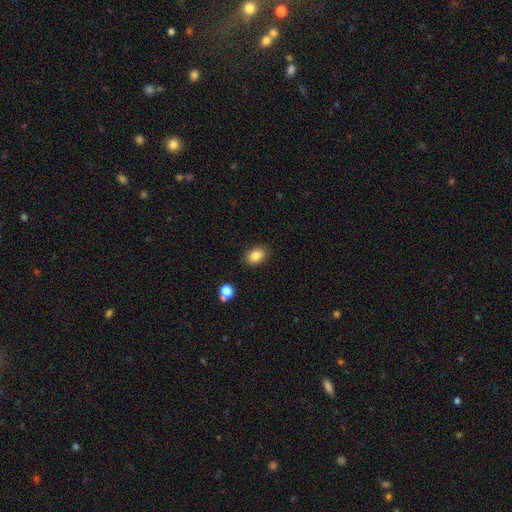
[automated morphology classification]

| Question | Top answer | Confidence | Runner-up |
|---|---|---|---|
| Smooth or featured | smooth | 85% | star or artifact (9%) |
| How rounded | in between | 77% | round (22%) |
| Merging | none | 86% | minor disturbance (10%) |